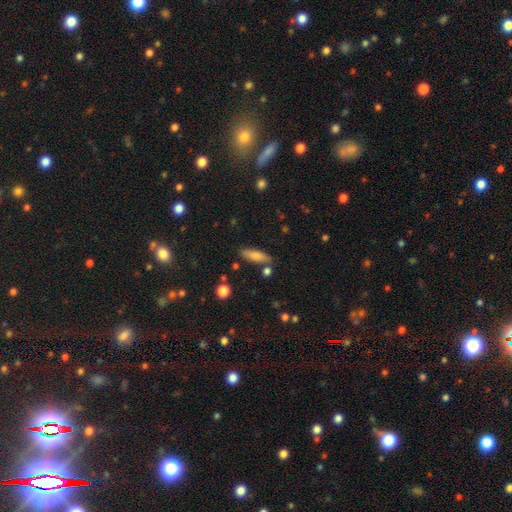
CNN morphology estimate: smooth_or_featured: smooth (p=0.78) [alt: featured or disk p=0.14]
how_rounded: cigar-shaped (p=0.50) [alt: in between p=0.48]
merging: none (p=0.79) [alt: minor disturbance p=0.12]